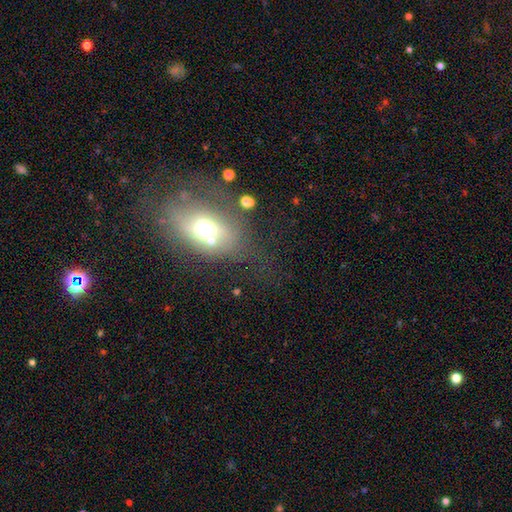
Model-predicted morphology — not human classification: Q: Smooth or featured?
A: smooth (47%); runner-up: featured or disk (34%)
Q: Merging?
A: none (51%); runner-up: minor disturbance (25%)